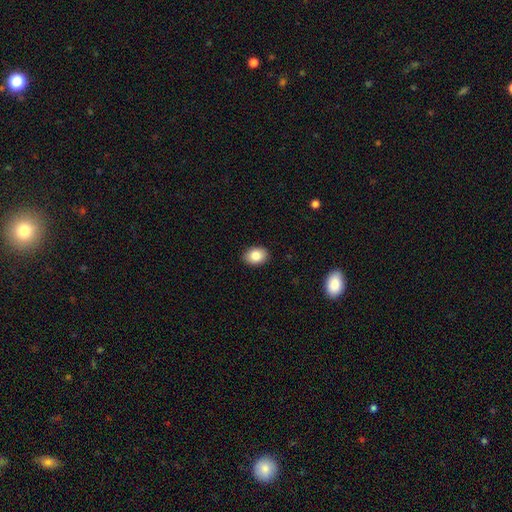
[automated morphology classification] Smooth or featured? smooth (84%)
How rounded? in between (72%)
Merging? none (90%)